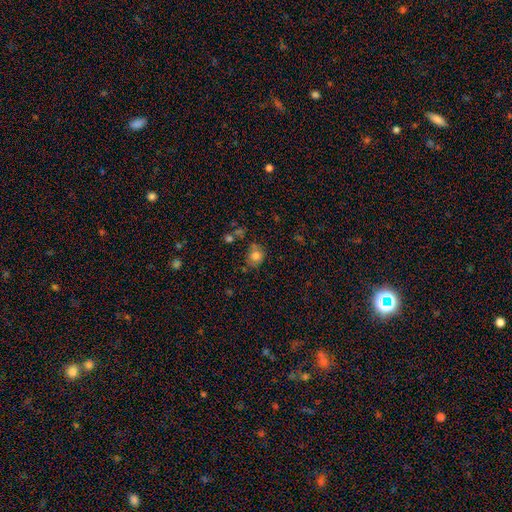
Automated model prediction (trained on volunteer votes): Overall: smooth (78%). How rounded: round (70%). Merging: none (62%; minor disturbance 23%).